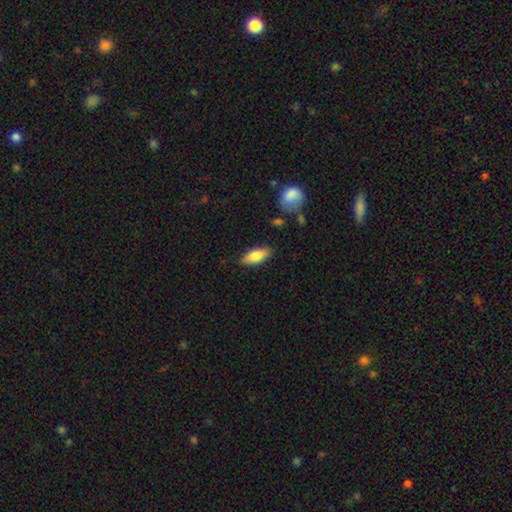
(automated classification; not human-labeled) This is clearly a smooth galaxy (80%). How rounded: likely in between (77%). Merging: clearly none (84%).